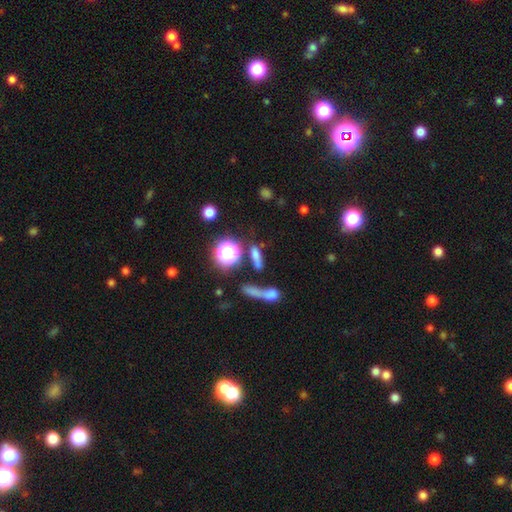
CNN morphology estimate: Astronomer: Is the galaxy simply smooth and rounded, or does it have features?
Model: smooth — 60%.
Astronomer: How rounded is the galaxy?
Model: cigar-shaped — 42% (runner-up: in between, 34%).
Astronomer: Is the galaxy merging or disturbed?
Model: none — 58%.